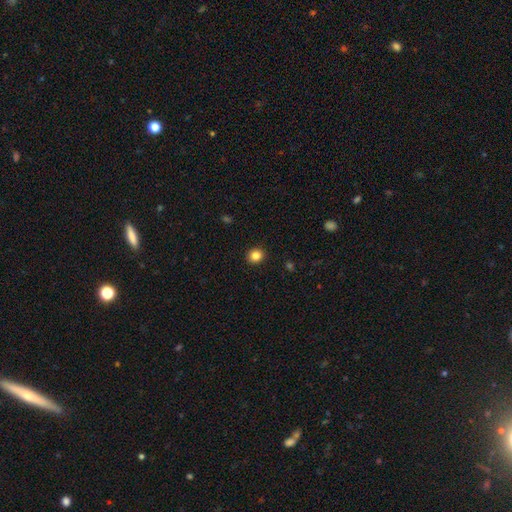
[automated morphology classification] This is clearly a smooth galaxy (84%). How rounded: clearly round (81%). Merging: clearly none (92%).